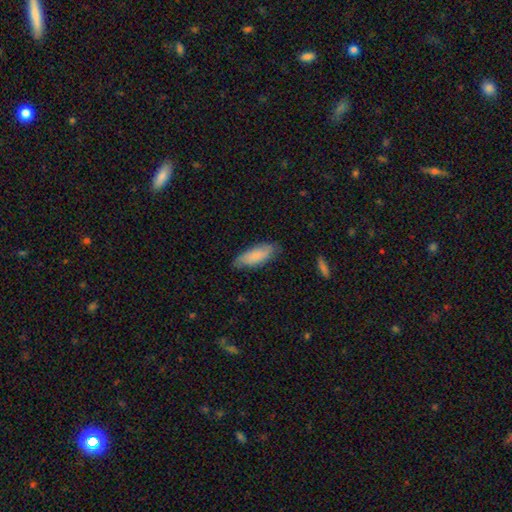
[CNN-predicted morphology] Overall: smooth (83%). How rounded: in between (60%; cigar-shaped 39%). Merging: none (79%).